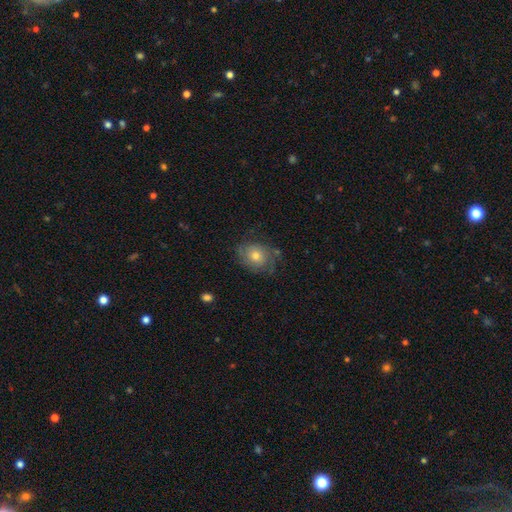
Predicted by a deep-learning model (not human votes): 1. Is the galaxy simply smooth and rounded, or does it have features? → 48% featured or disk, 42% smooth, 10% star or artifact.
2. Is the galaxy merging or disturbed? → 66% none, 22% minor disturbance, 11% major disturbance, 2% merger.